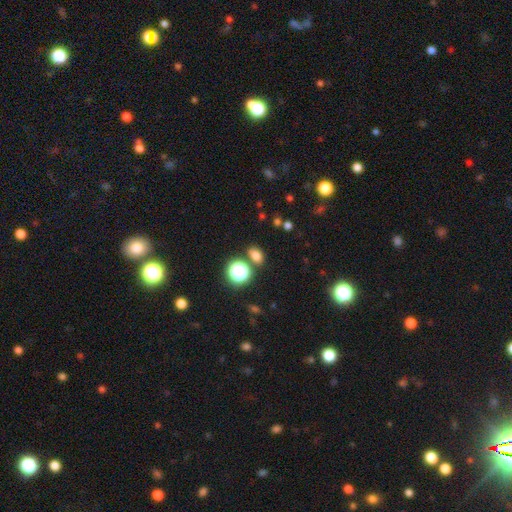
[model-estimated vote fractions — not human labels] Smooth or featured?
  - smooth: 73% *
  - star or artifact: 20%
  - featured or disk: 6%
How rounded?
  - in between: 65% *
  - round: 33%
  - cigar-shaped: 2%
Merging?
  - none: 78% *
  - minor disturbance: 10%
  - merger: 9%
  - major disturbance: 3%